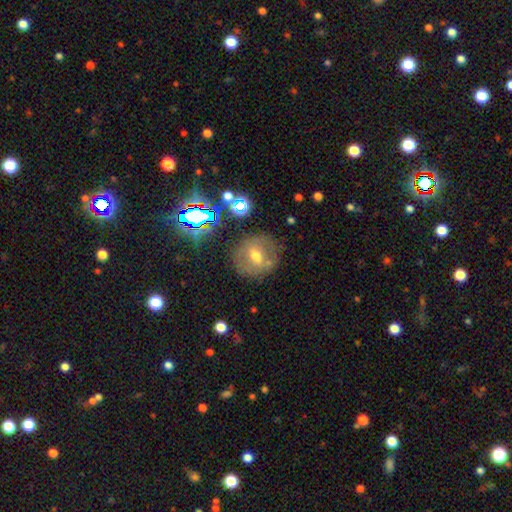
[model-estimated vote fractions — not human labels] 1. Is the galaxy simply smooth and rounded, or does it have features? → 49% smooth, 35% featured or disk, 17% star or artifact.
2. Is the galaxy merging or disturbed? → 72% none, 17% minor disturbance, 8% major disturbance, 4% merger.